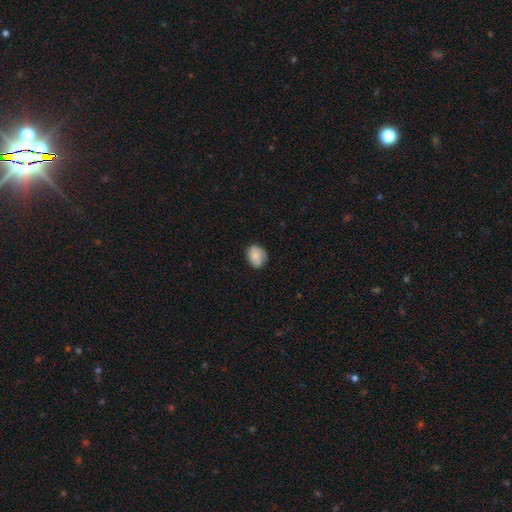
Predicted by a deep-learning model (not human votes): A smooth galaxy with no disk features (78%) that is in between round and cigar-shaped (52%).

Vote fractions:
- Smooth or featured? smooth: 78% / featured or disk: 14% / star or artifact: 7%
- How rounded? in between: 52% / round: 47% / cigar-shaped: 1%
- Merging? none: 69% / minor disturbance: 25% / major disturbance: 5% / merger: 1%